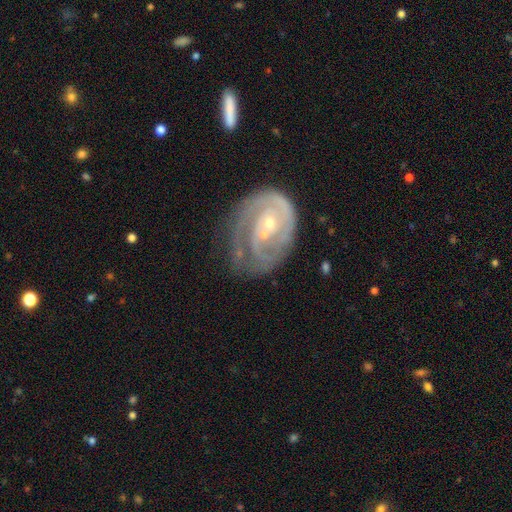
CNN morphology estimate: This is clearly a featured or disk galaxy (81%). It is clearly not viewed edge-on (97%). Bar: possibly no (51%). Spiral arm pattern: clearly yes (89%). Spiral arm count: marginally 2 (36%). Spiral winding: likely tight (63%). Central bulge: likely small (63%). Merging: possibly none (52%).